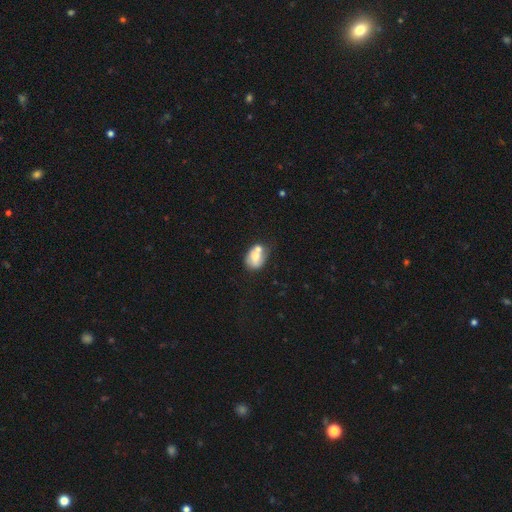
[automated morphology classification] smooth-or-featured: smooth: 64% | featured or disk: 28% | star or artifact: 9%
  how-rounded: in between: 71% | round: 28% | cigar-shaped: 1%
  merging: merger: 40% | none: 33% | minor disturbance: 19% | major disturbance: 8%